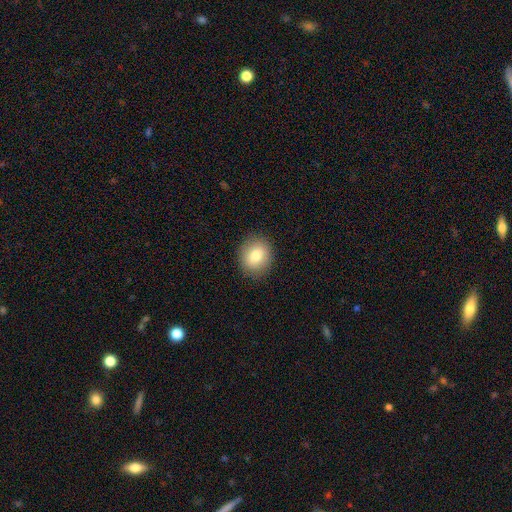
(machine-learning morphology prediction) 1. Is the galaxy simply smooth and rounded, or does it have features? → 80% smooth, 11% featured or disk, 9% star or artifact.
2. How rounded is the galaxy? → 63% round, 36% in between, 1% cigar-shaped.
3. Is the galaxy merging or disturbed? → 89% none, 8% minor disturbance, 2% major disturbance, 1% merger.